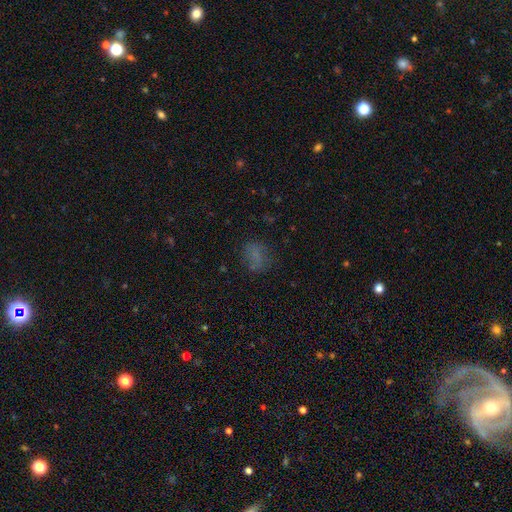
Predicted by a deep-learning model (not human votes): Smooth or featured? smooth (65%)
How rounded? in between (50%)
Merging? none (72%)